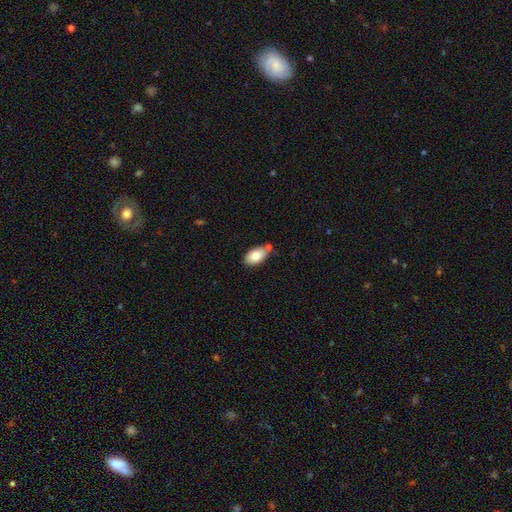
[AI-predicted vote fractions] The model was most divided on "merging": none: 64%, minor disturbance: 18%, merger: 14%, major disturbance: 4%. More confident: how rounded — in between (92%); smooth or featured — smooth (81%).